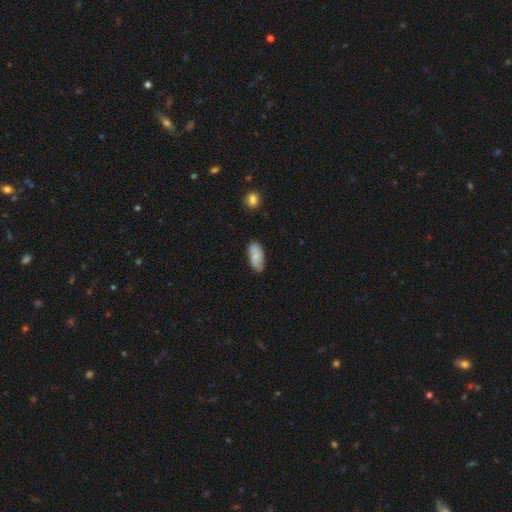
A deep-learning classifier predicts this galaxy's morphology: Smooth or featured? smooth (73%)
How rounded? in between (91%)
Merging? none (67%)